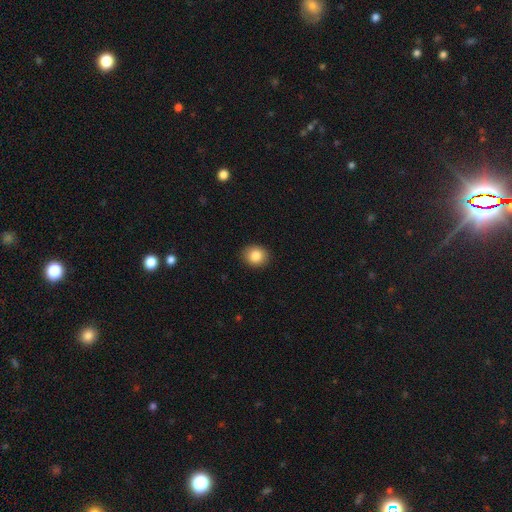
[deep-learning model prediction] This is clearly a smooth galaxy (86%). How rounded: likely round (71%). Merging: clearly none (90%).